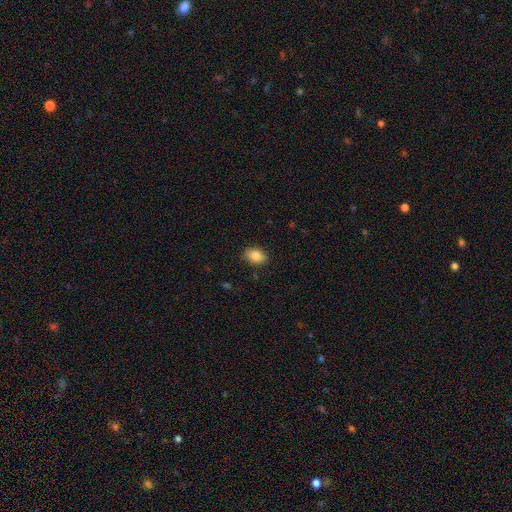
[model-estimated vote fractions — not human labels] smooth_or_featured: smooth (p=0.86) [alt: star or artifact p=0.08]
how_rounded: in between (p=0.86) [alt: round p=0.13]
merging: none (p=0.87) [alt: minor disturbance p=0.10]